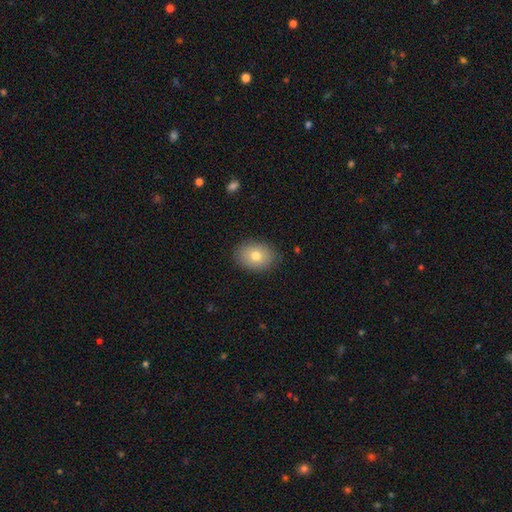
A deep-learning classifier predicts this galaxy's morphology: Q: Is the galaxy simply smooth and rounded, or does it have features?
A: smooth — 77%.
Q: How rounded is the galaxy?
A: in between — 67%.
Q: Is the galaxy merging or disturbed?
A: none — 86%.